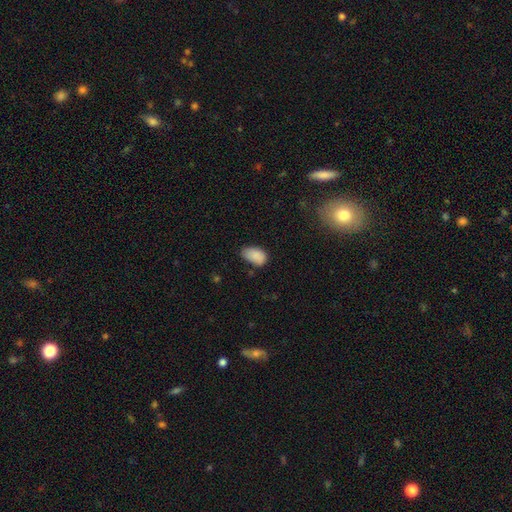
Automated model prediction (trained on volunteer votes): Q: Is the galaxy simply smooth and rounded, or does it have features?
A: smooth — 87%.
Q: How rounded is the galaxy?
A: in between — 92%.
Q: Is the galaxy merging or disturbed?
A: none — 60%.